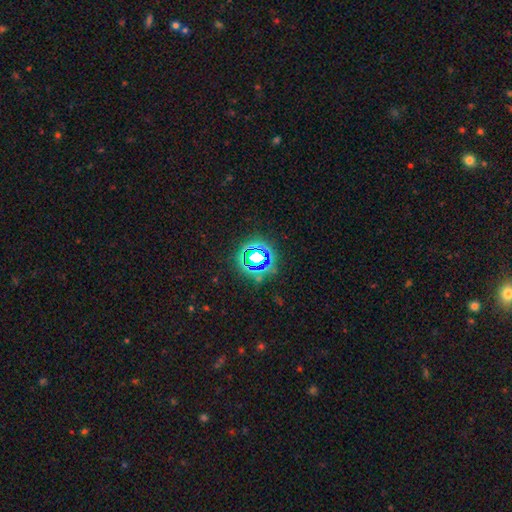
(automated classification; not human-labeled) Q: Smooth or featured?
A: star or artifact (68%); runner-up: smooth (20%)